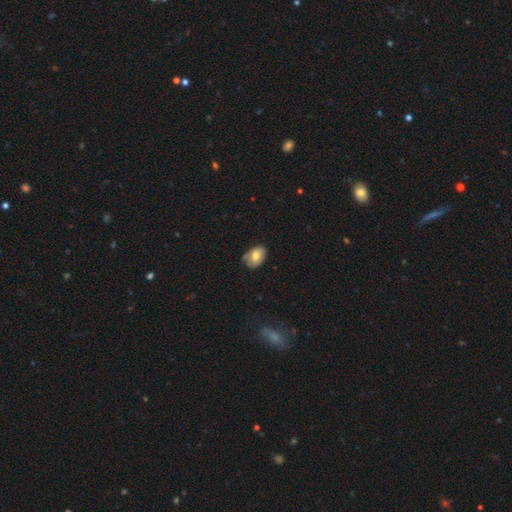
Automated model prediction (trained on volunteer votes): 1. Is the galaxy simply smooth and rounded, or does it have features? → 71% smooth, 21% featured or disk, 8% star or artifact.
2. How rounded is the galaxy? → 80% in between, 19% round, 1% cigar-shaped.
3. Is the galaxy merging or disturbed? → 57% none, 34% minor disturbance, 7% major disturbance, 2% merger.